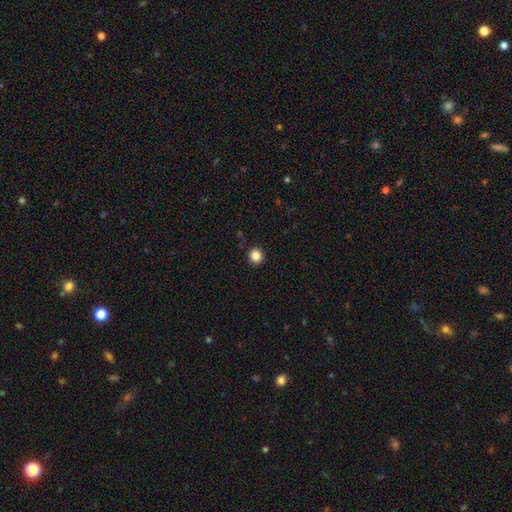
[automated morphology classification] smooth 86%, star or artifact 11%, featured or disk 3%. Down the decision tree: how rounded — round (94%); merging — none (92%).